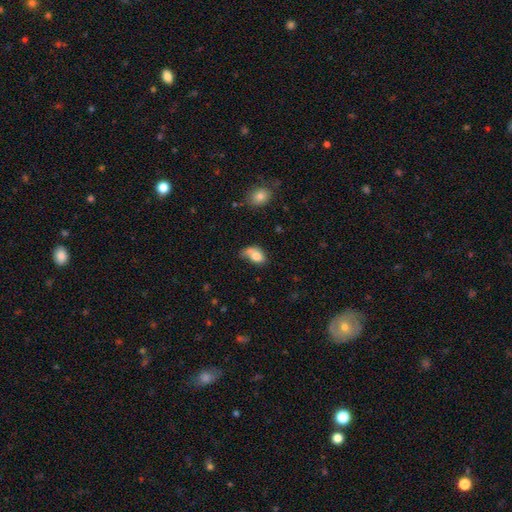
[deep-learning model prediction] smooth-or-featured: smooth: 74% | featured or disk: 18% | star or artifact: 9%
  how-rounded: in between: 80% | round: 18% | cigar-shaped: 2%
  merging: none: 31% | minor disturbance: 27% | major disturbance: 22% | merger: 20%